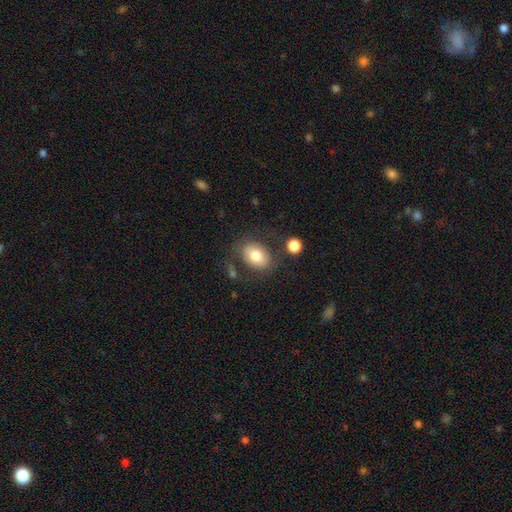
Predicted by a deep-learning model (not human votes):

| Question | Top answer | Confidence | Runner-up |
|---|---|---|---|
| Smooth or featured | smooth | 77% | featured or disk (16%) |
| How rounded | in between | 71% | round (28%) |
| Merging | none | 71% | minor disturbance (15%) |